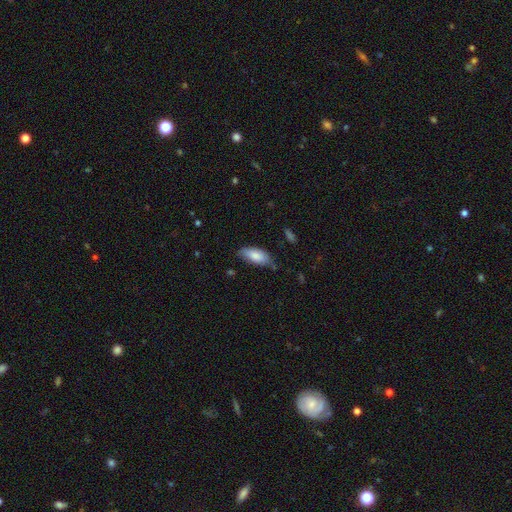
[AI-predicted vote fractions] Morphology: type=smooth (84%); roundness=in between (85%); merging=none (68%).